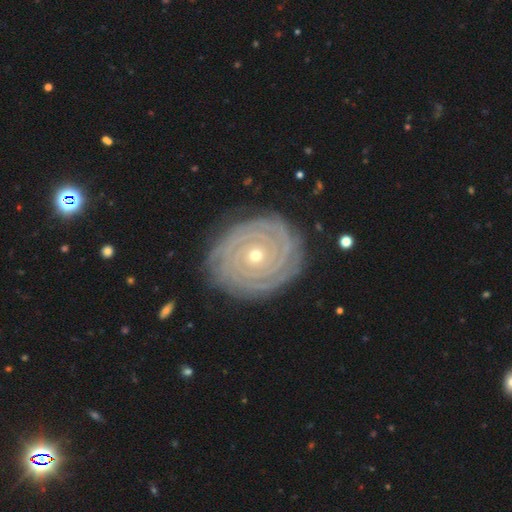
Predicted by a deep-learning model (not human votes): Smooth or featured? Predicted: featured or disk (p=0.92). Edge-on disk? Predicted: no (p=0.97). Bar? Predicted: no (p=0.78). Spiral arms? Predicted: yes (p=0.98). Spiral winding? Predicted: tight (p=0.94). Spiral arm count? Predicted: 2 (p=0.39). Bulge size? Predicted: small (p=0.60). Merging? Predicted: none (p=0.85).